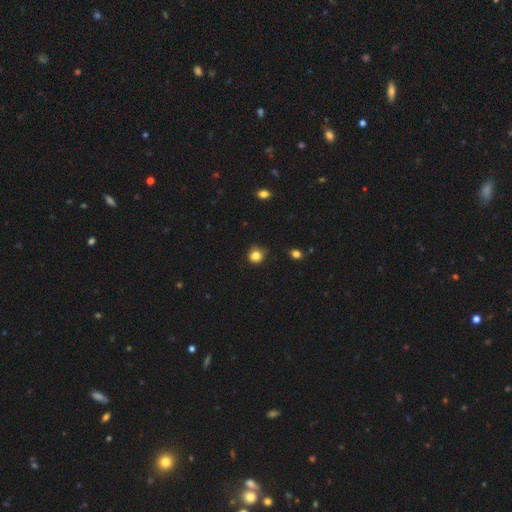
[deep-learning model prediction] smooth_or_featured: smooth (p=0.84) [alt: star or artifact p=0.12]
how_rounded: round (p=0.88) [alt: in between p=0.11]
merging: none (p=0.79) [alt: minor disturbance p=0.17]